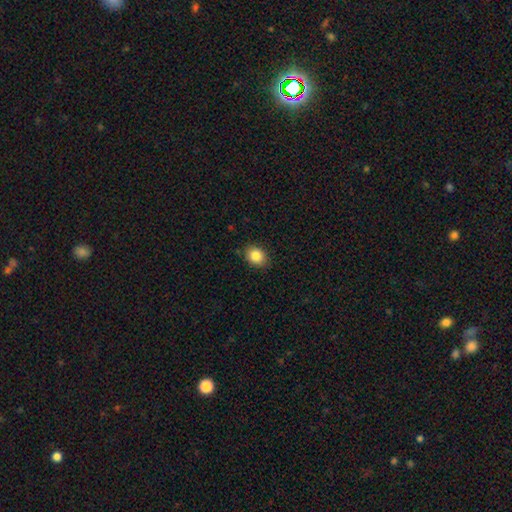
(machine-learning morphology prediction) A smooth galaxy with no disk features (86%) that is in between round and cigar-shaped (52%).

Vote fractions:
- Smooth or featured? smooth: 86% / star or artifact: 9% / featured or disk: 5%
- How rounded? in between: 52% / round: 47% / cigar-shaped: 1%
- Merging? none: 86% / minor disturbance: 11% / major disturbance: 2% / merger: 1%